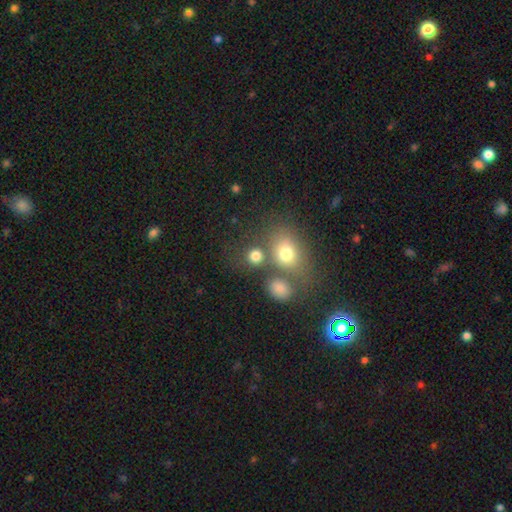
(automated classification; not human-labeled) The model was most divided on "merging": none: 59%, merger: 24%, minor disturbance: 10%, major disturbance: 6%. More confident: smooth or featured — smooth (76%); how rounded — round (76%).